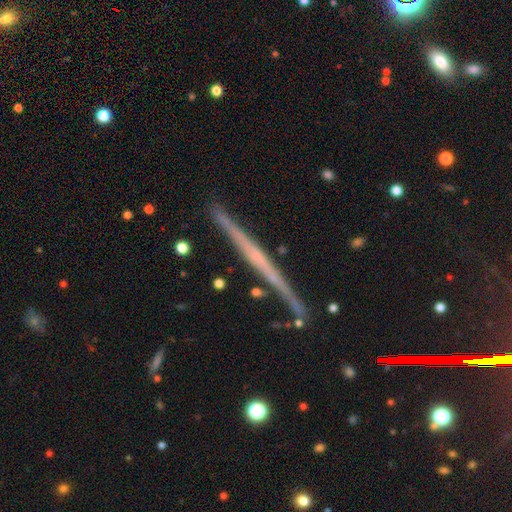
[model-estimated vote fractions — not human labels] Smooth or featured: featured or disk — 73% (smooth — 21%)
Edge-on disk: yes — 98% (no — 2%)
Edge-on bulge: none — 75% (rounded — 17%)
Merging: none — 86% (minor disturbance — 10%)